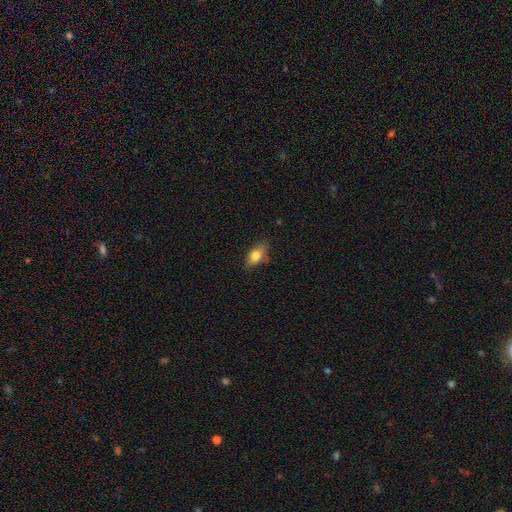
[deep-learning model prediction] Smooth or featured? smooth (78%)
How rounded? in between (84%)
Merging? none (70%)